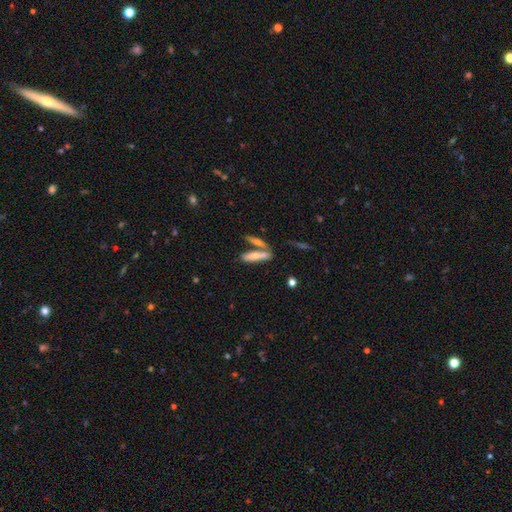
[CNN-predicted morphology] This appears to be a smooth galaxy with no disk features (66%) that is cigar-shaped (69%). Merging: none (45%).